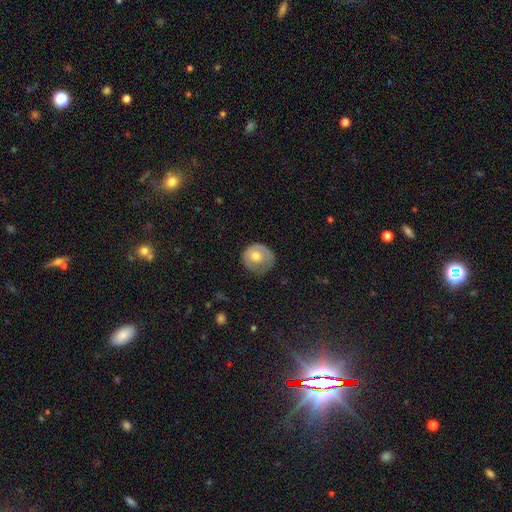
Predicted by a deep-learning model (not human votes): Q: Smooth or featured?
A: smooth (59%); runner-up: featured or disk (35%)
Q: How rounded?
A: round (86%); runner-up: in between (13%)
Q: Merging?
A: none (62%); runner-up: minor disturbance (25%)